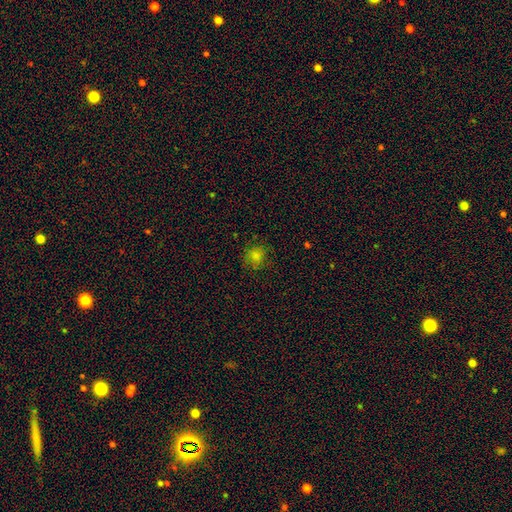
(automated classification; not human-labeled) Smooth or featured? smooth (76%)
How rounded? round (86%)
Merging? none (83%)